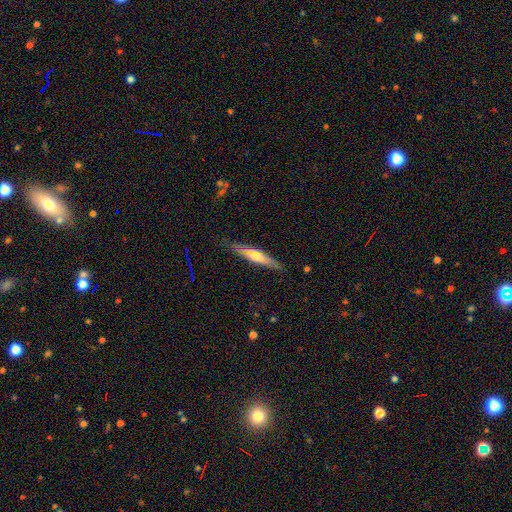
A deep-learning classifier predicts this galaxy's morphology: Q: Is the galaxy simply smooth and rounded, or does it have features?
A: smooth — 47%.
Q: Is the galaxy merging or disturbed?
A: none — 83%.